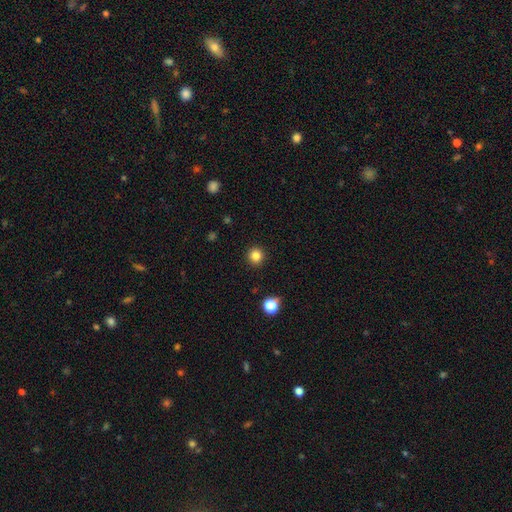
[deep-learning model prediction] Smooth or featured?
  - smooth: 84% *
  - star or artifact: 12%
  - featured or disk: 4%
How rounded?
  - round: 94% *
  - in between: 6%
  - cigar-shaped: 1%
Merging?
  - none: 92% *
  - minor disturbance: 5%
  - major disturbance: 2%
  - merger: 1%